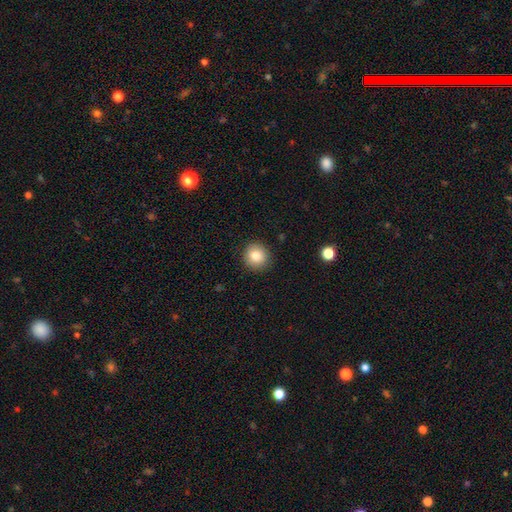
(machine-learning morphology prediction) type=smooth (85%); roundness=round (90%); merging=none (91%).